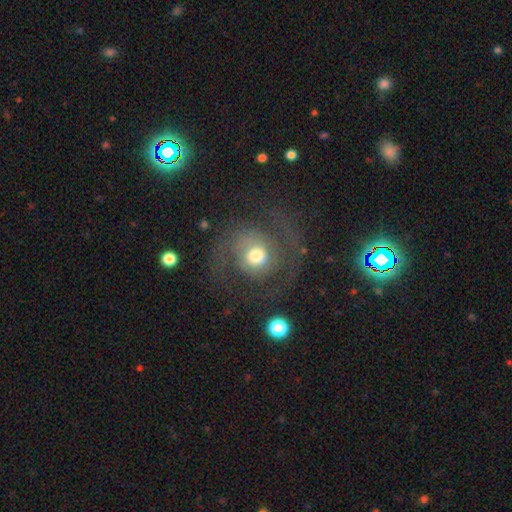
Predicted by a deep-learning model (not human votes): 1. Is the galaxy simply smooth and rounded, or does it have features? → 60% featured or disk, 30% smooth, 10% star or artifact.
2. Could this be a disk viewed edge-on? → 97% no, 3% yes.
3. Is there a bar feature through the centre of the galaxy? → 81% no, 16% weak, 4% strong.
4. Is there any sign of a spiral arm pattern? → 75% yes, 25% no.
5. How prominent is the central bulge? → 63% moderate, 19% large, 14% small, 3% dominant, 1% none.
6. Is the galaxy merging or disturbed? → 58% none, 25% major disturbance, 15% minor disturbance, 2% merger.